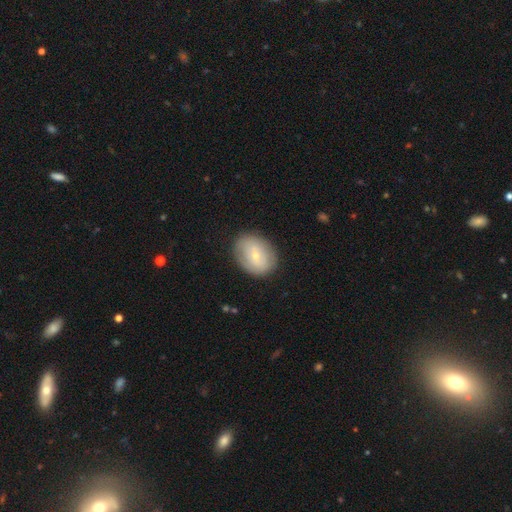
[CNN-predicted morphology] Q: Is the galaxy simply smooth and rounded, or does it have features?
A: smooth — 57%.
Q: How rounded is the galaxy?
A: in between — 62%.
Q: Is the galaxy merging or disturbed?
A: none — 83%.